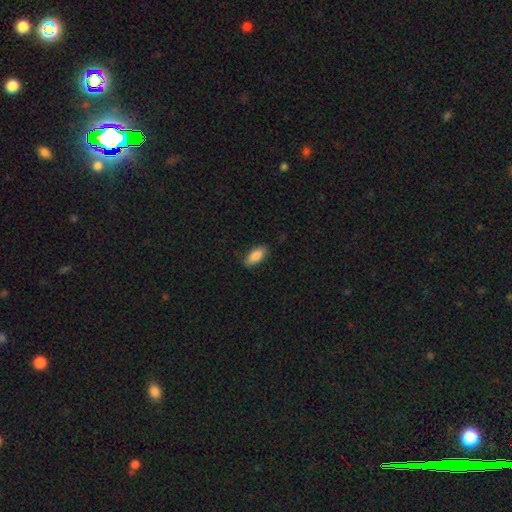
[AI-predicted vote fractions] Smooth or featured?
  - smooth: 87% *
  - featured or disk: 7%
  - star or artifact: 6%
How rounded?
  - in between: 86% *
  - cigar-shaped: 12%
  - round: 2%
Merging?
  - none: 84% *
  - minor disturbance: 13%
  - major disturbance: 2%
  - merger: 1%